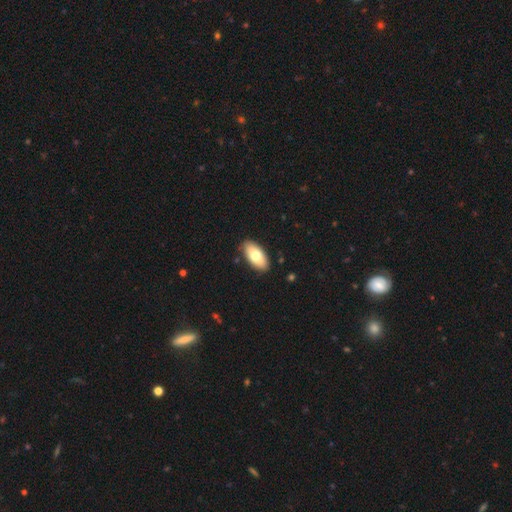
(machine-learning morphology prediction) Smooth or featured?
  - smooth: 74% *
  - featured or disk: 20%
  - star or artifact: 6%
How rounded?
  - in between: 93% *
  - cigar-shaped: 5%
  - round: 2%
Merging?
  - none: 87% *
  - minor disturbance: 10%
  - major disturbance: 2%
  - merger: 1%